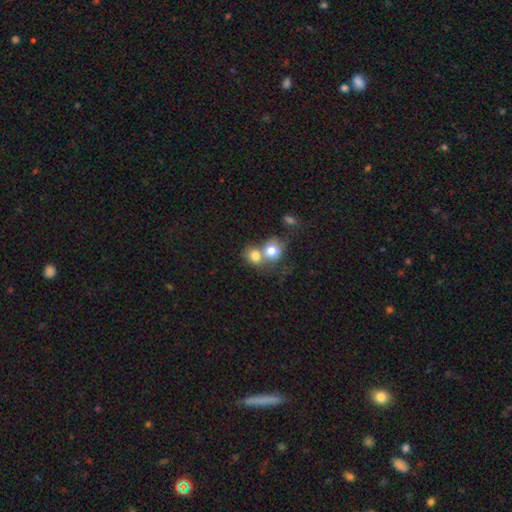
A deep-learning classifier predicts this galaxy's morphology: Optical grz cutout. It shows a smooth galaxy with no disk features (76%) that is round (67%). Merging: merger (66%).